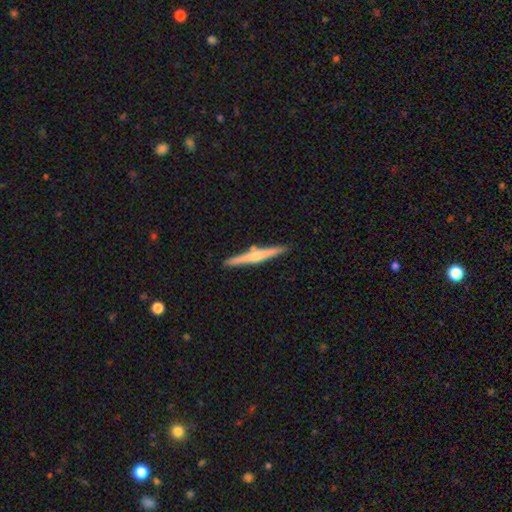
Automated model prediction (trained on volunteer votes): featured or disk 55%, smooth 39%, star or artifact 6%. Down the decision tree: edge-on disk — yes (98%); edge-on bulge — rounded (61%); merging — none (88%).